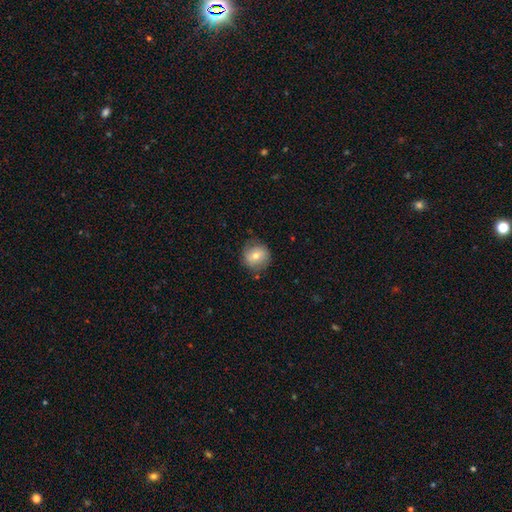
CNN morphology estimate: This appears to be a smooth galaxy with no disk features (68%) that is round (89%). Merging: none (79%).